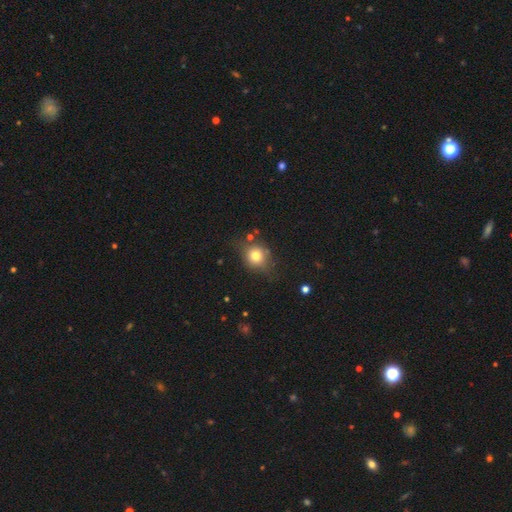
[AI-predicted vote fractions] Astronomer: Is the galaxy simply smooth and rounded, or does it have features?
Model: smooth — 75%.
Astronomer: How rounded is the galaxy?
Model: round — 69%.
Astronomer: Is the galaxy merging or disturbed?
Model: none — 68%.